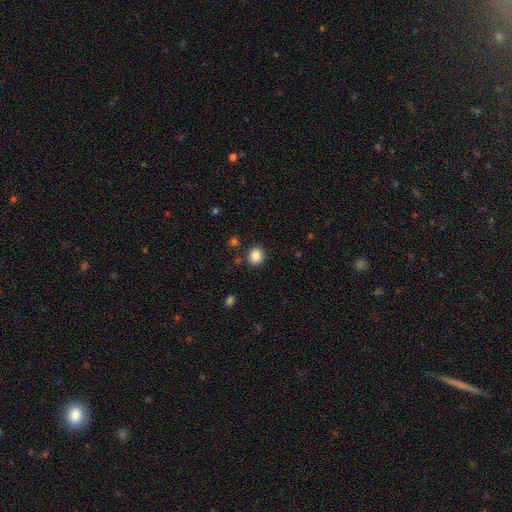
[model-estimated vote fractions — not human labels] Smooth or featured? Predicted: smooth (p=0.86). How rounded? Predicted: round (p=0.70). Merging? Predicted: none (p=0.87).